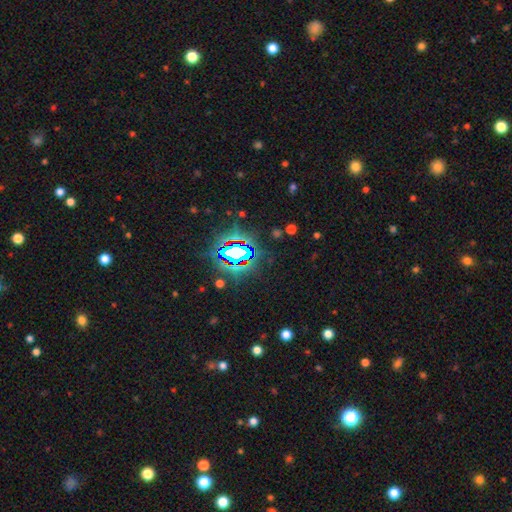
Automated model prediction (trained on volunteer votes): A star or artifact, not a galaxy (83%).